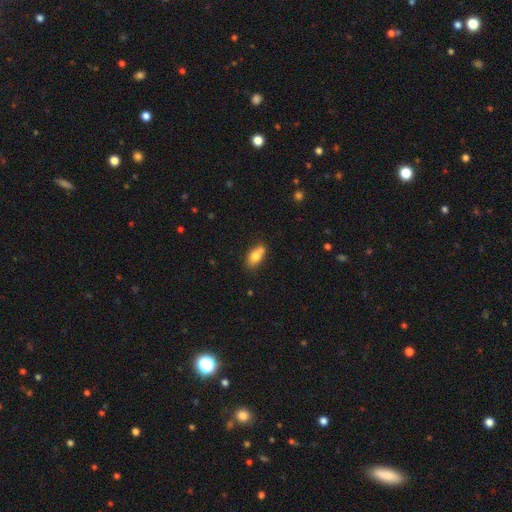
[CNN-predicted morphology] smooth-or-featured: smooth: 75% | featured or disk: 17% | star or artifact: 8%
  how-rounded: in between: 84% | round: 11% | cigar-shaped: 5%
  merging: none: 53% | merger: 24% | minor disturbance: 19% | major disturbance: 5%